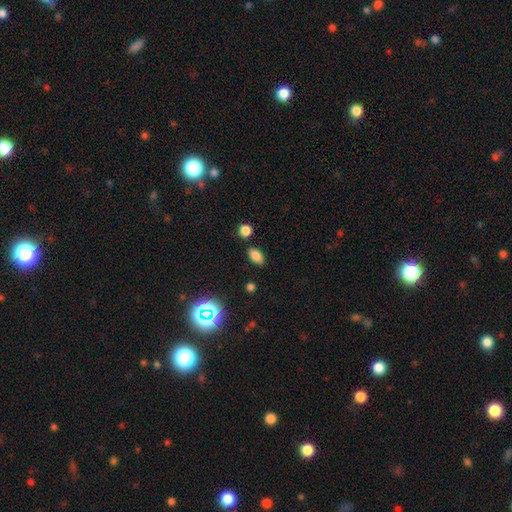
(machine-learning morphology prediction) Smooth or featured? Predicted: smooth (p=0.81). How rounded? Predicted: in between (p=0.89). Merging? Predicted: none (p=0.82).